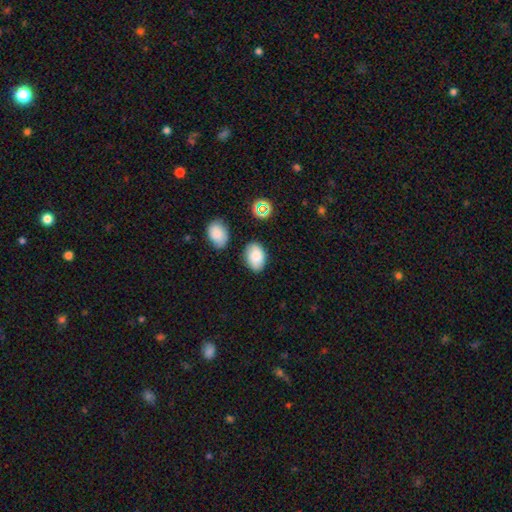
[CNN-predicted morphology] smooth 78%, featured or disk 12%, star or artifact 10%. Down the decision tree: how rounded — in between (87%); merging — none (73%).